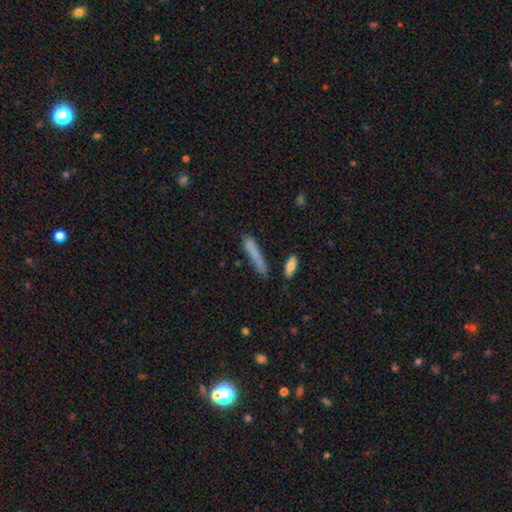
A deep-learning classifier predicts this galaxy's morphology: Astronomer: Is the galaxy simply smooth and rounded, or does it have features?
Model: smooth — 77%.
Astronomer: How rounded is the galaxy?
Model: cigar-shaped — 88%.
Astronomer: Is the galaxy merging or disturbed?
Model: none — 63%.